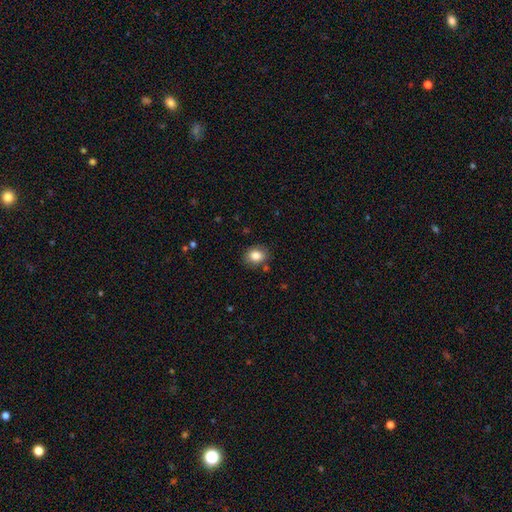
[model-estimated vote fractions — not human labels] A smooth galaxy with no disk features (84%) that is in between round and cigar-shaped (50%). Merging: none (83%).